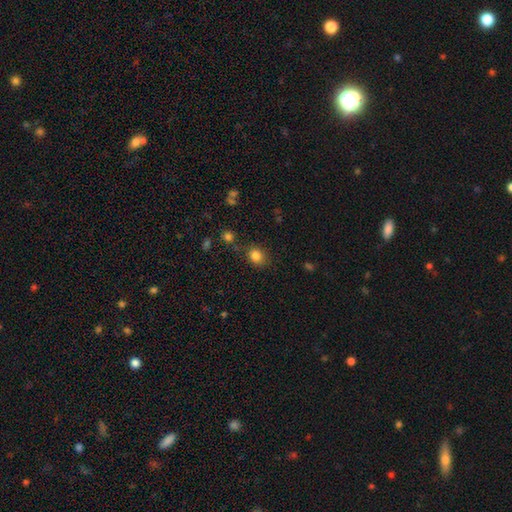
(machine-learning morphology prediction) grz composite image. It shows a smooth galaxy with no disk features (83%) that is round (63%). Merging: none (77%).